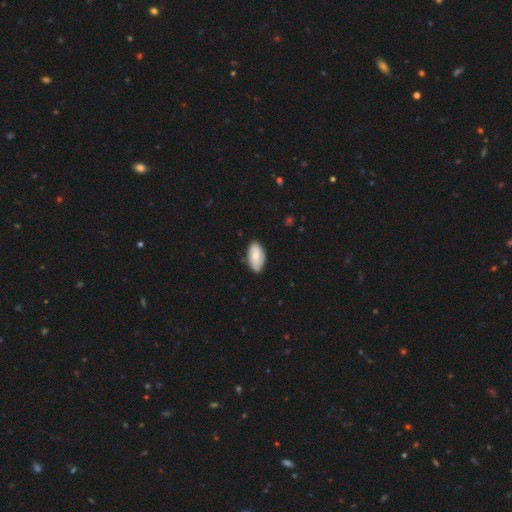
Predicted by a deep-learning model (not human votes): Smooth or featured: smooth — 65% (featured or disk — 28%)
How rounded: in between — 94% (round — 3%)
Merging: none — 72% (minor disturbance — 23%)